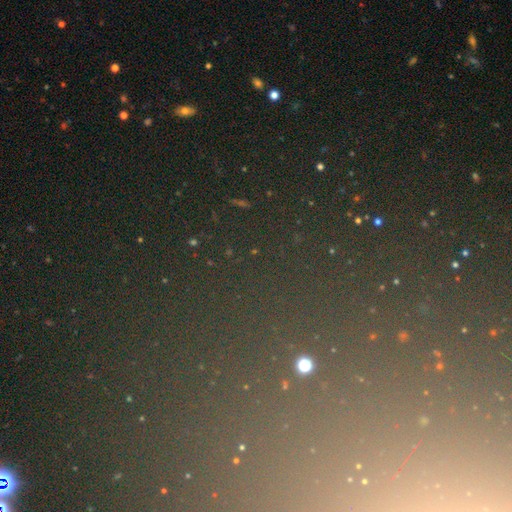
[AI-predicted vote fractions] Smooth or featured: star or artifact — 76% (smooth — 14%)